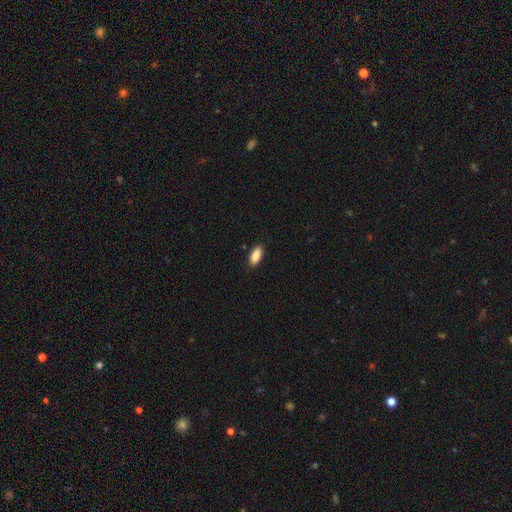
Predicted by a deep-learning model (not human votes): Smooth or featured? Predicted: smooth (p=0.89). How rounded? Predicted: in between (p=0.87). Merging? Predicted: none (p=0.88).